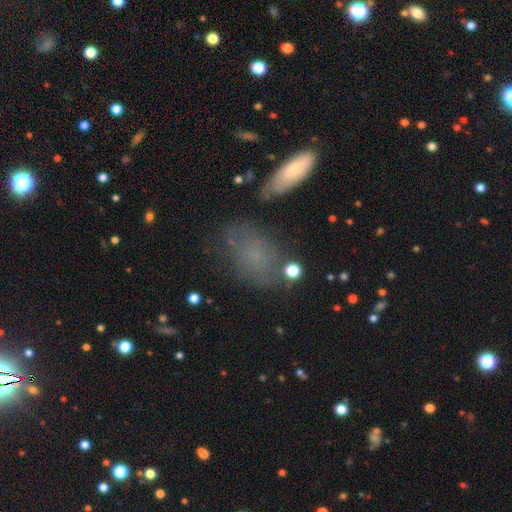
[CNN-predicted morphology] type=smooth (57%); roundness=in between (75%); merging=none (58%).